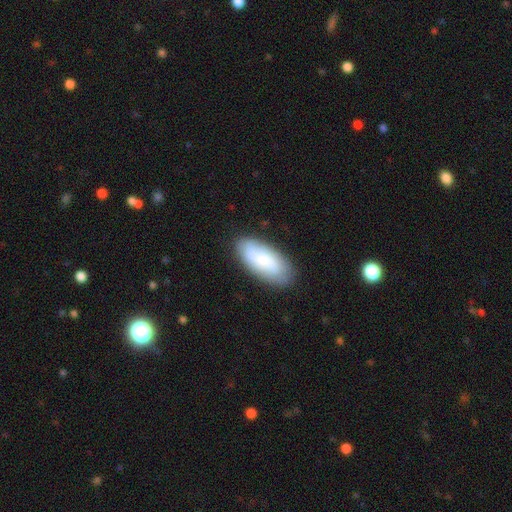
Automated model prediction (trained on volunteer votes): Morphology: type=smooth (68%); roundness=in between (88%); merging=none (81%).